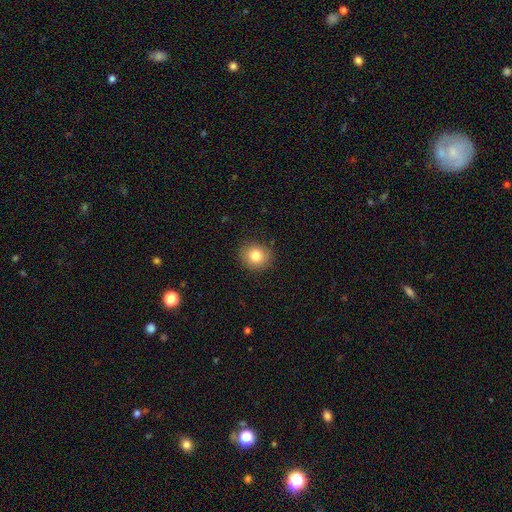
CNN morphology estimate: Smooth or featured? smooth (81%)
How rounded? round (80%)
Merging? none (88%)